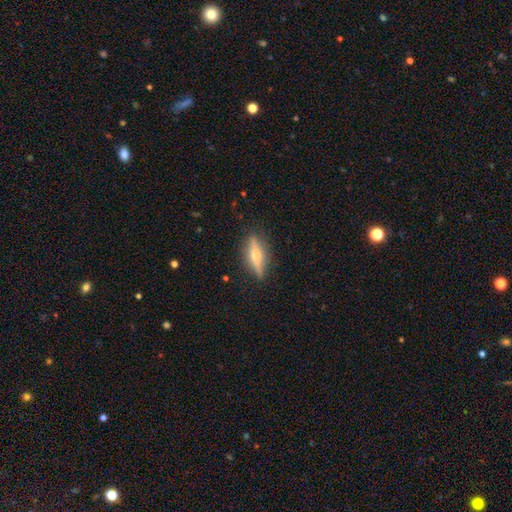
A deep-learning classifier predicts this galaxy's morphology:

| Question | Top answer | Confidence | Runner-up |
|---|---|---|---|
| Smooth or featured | featured or disk | 59% | smooth (34%) |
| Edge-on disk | yes | 93% | no (7%) |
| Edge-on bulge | rounded | 83% | boxy (9%) |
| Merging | none | 86% | minor disturbance (11%) |